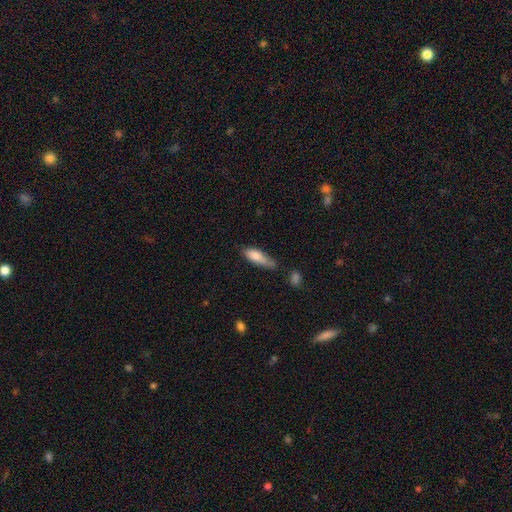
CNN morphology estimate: A smooth galaxy with no disk features (77%) that is in between round and cigar-shaped (56%). Merging: none (45%).